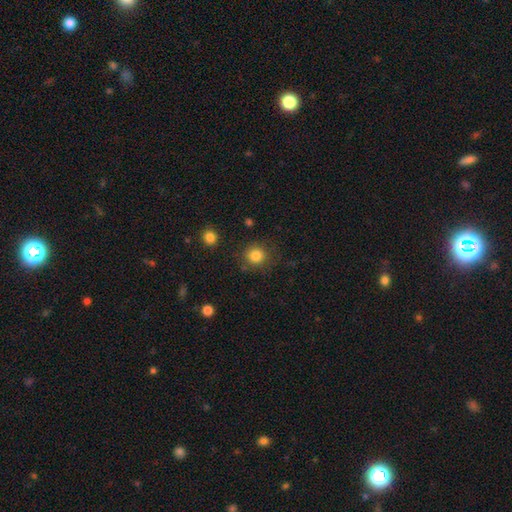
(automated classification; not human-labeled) Smooth or featured?
  - smooth: 84% *
  - star or artifact: 11%
  - featured or disk: 5%
How rounded?
  - round: 90% *
  - in between: 9%
  - cigar-shaped: 1%
Merging?
  - none: 82% *
  - minor disturbance: 11%
  - major disturbance: 4%
  - merger: 3%